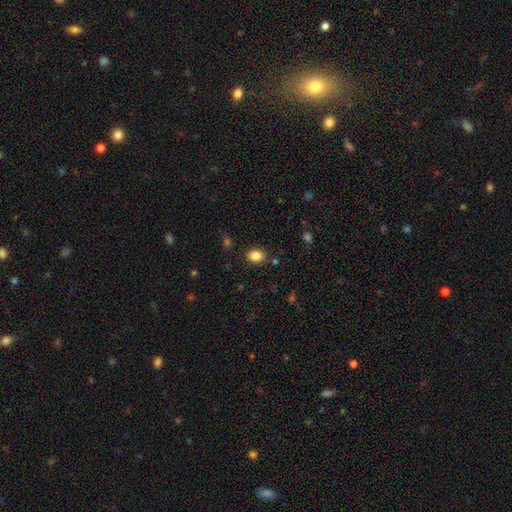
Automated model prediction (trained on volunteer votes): smooth 85%, star or artifact 10%, featured or disk 5%. Down the decision tree: how rounded — in between (68%); merging — none (85%).